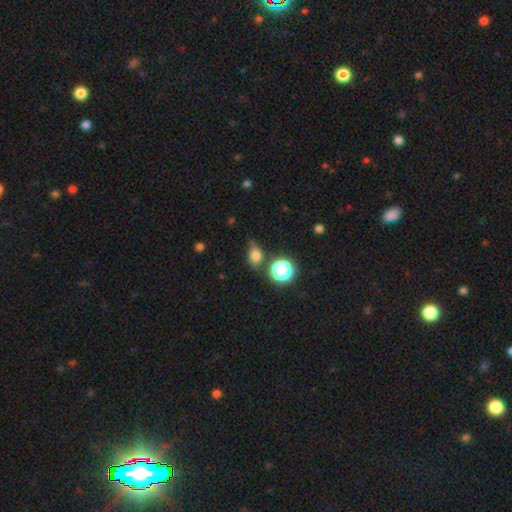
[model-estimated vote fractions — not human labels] Smooth or featured: smooth — 73% (star or artifact — 16%)
How rounded: in between — 59% (round — 38%)
Merging: none — 58% (minor disturbance — 27%)